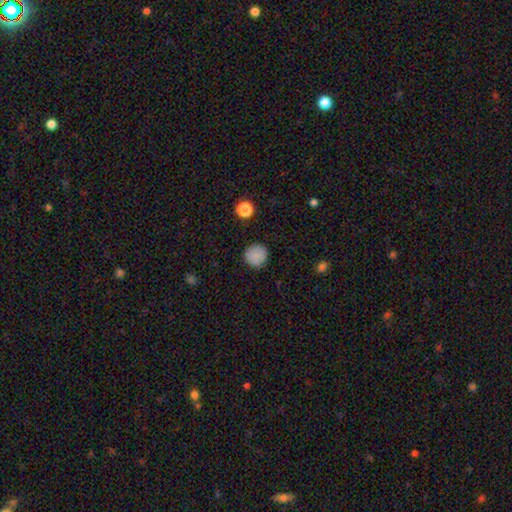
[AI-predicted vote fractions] Smooth or featured? smooth (85%)
How rounded? round (94%)
Merging? none (88%)